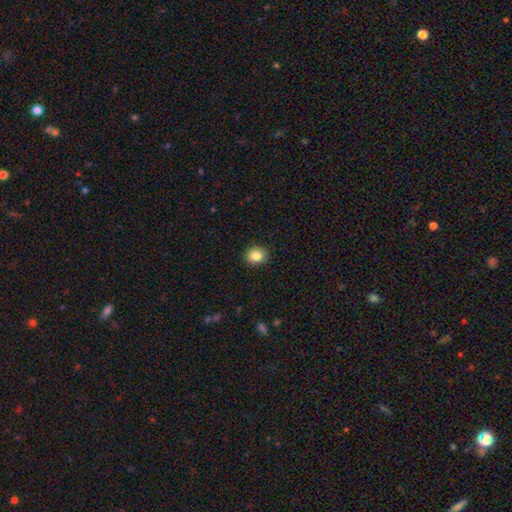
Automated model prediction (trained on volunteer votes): This appears to be a smooth galaxy with no disk features (84%) that is round (71%). Merging: none (91%).